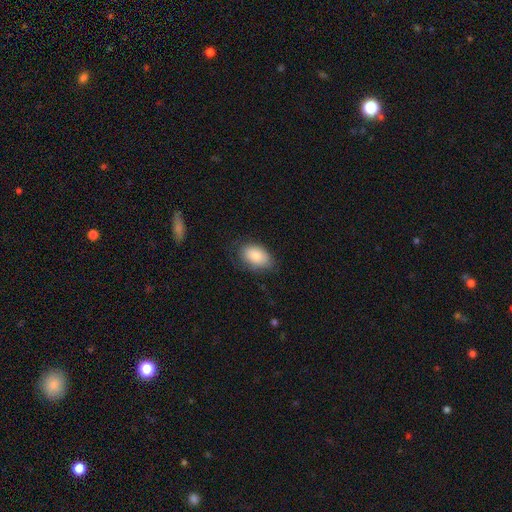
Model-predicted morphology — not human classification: Smooth or featured? smooth (84%)
How rounded? in between (90%)
Merging? none (71%)